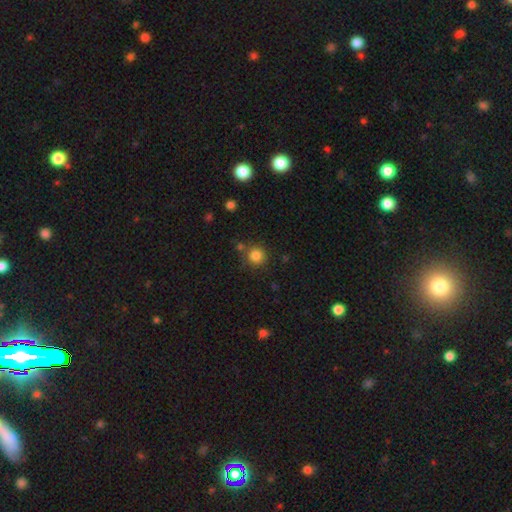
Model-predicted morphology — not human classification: Smooth or featured?
  - smooth: 84% *
  - star or artifact: 12%
  - featured or disk: 5%
How rounded?
  - round: 93% *
  - in between: 6%
  - cigar-shaped: 1%
Merging?
  - none: 80% *
  - minor disturbance: 9%
  - merger: 7%
  - major disturbance: 3%